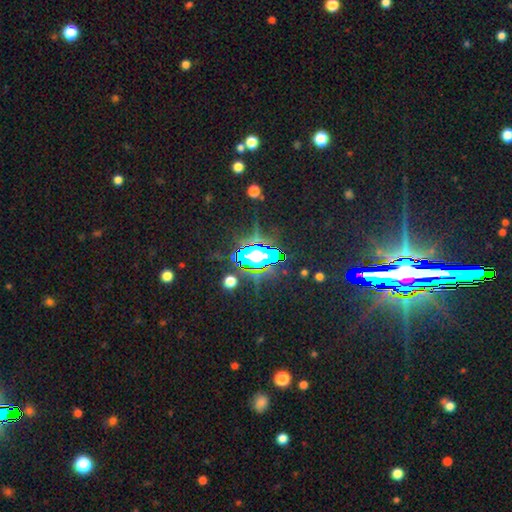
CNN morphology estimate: This is likely a star or artifact rather than a galaxy (71%).